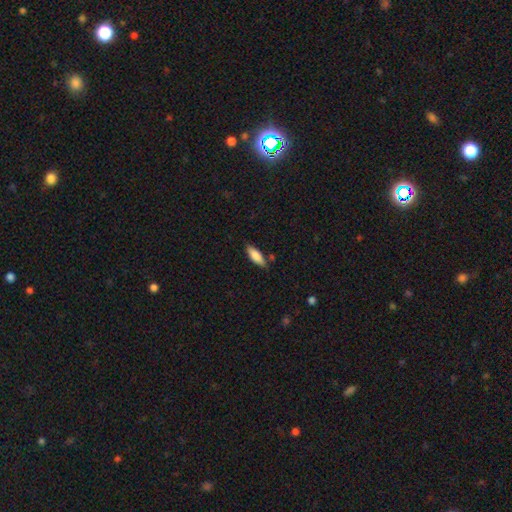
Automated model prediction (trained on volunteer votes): This appears to be a smooth galaxy with no disk features (81%) that is in between round and cigar-shaped (60%). Merging: none (80%).